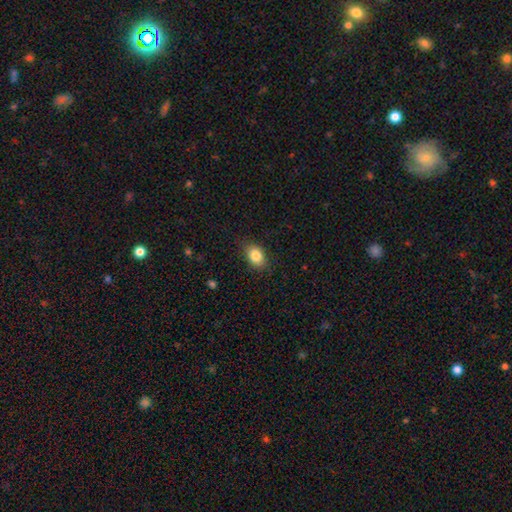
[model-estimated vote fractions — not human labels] A smooth galaxy with no disk features (84%) that is in between round and cigar-shaped (78%).

Vote fractions:
- Smooth or featured? smooth: 84% / star or artifact: 9% / featured or disk: 7%
- How rounded? in between: 78% / round: 21% / cigar-shaped: 2%
- Merging? none: 83% / minor disturbance: 13% / major disturbance: 3% / merger: 1%